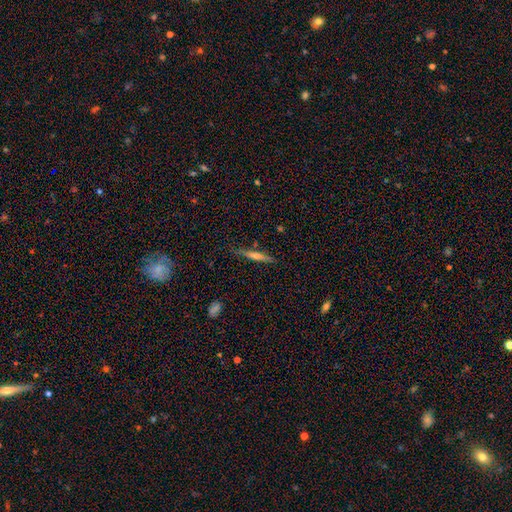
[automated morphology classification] Q: Smooth or featured?
A: featured or disk (55%); runner-up: smooth (36%)
Q: Edge-on disk?
A: yes (96%); runner-up: no (4%)
Q: Edge-on bulge?
A: rounded (58%); runner-up: none (29%)
Q: Merging?
A: none (85%); runner-up: minor disturbance (11%)